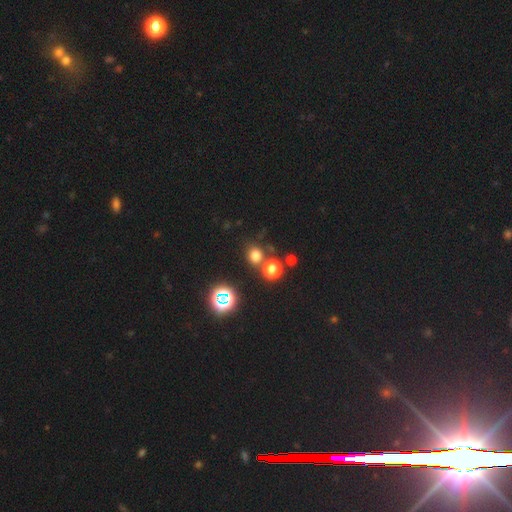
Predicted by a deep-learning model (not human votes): Q: Smooth or featured?
A: smooth (68%); runner-up: star or artifact (25%)
Q: How rounded?
A: round (81%); runner-up: in between (18%)
Q: Merging?
A: none (71%); runner-up: merger (16%)